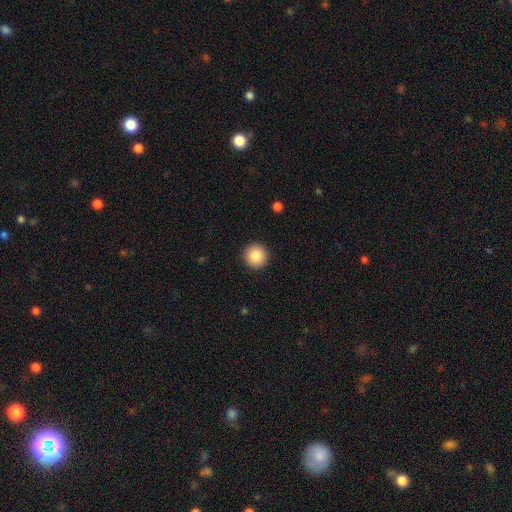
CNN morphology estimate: Overall: smooth (86%). How rounded: round (96%). Merging: none (93%).